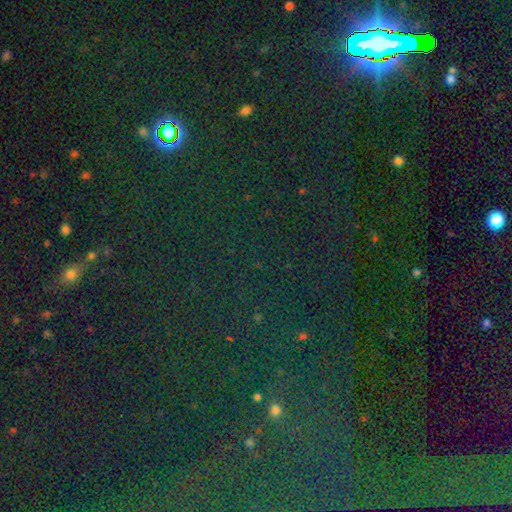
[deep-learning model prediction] Smooth or featured? star or artifact (77%)